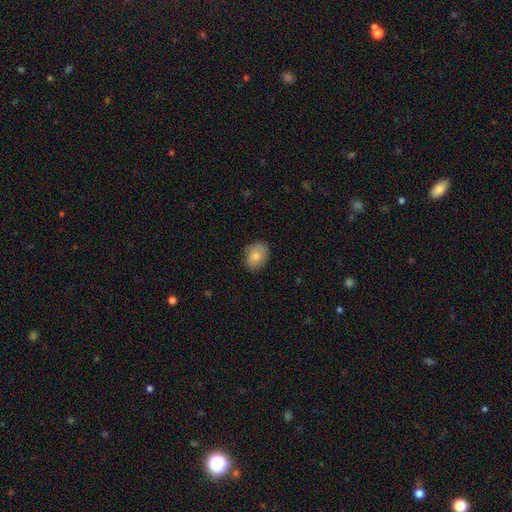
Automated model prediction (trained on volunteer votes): Morphology: type=smooth (82%); roundness=in between (68%); merging=none (77%).